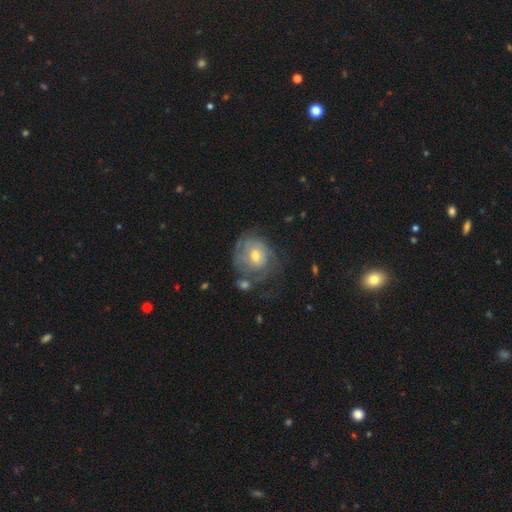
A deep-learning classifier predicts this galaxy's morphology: type=featured or disk (74%); edge-on=no (97%); bar=no (66%); spiral arms=yes (88%); winding=tight (66%); arm count=can't tell (46%); bulge=moderate (63%); merging=none (57%).